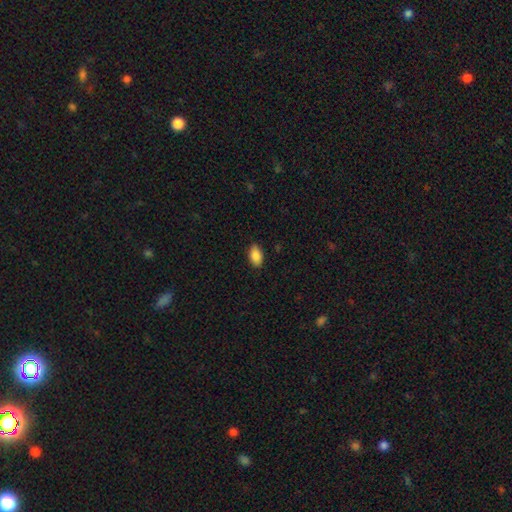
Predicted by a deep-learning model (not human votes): Smooth or featured?
  - smooth: 88% *
  - star or artifact: 7%
  - featured or disk: 5%
How rounded?
  - in between: 93% *
  - round: 5%
  - cigar-shaped: 2%
Merging?
  - none: 87% *
  - minor disturbance: 10%
  - major disturbance: 2%
  - merger: 1%